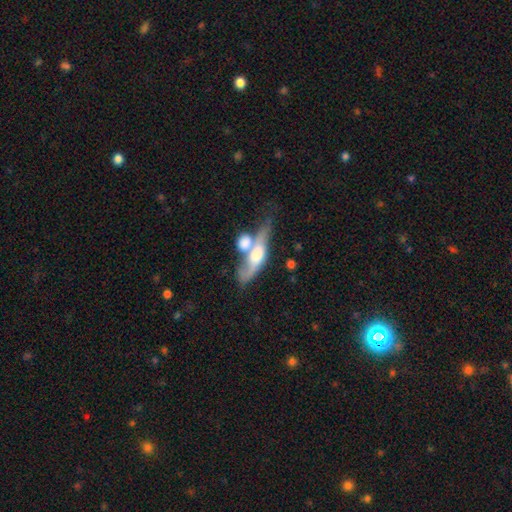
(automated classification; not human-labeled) Overall: featured or disk (55%; smooth 38%). Edge-on disk: yes (56%; no 44%). Merging: merger (55%; none 23%).